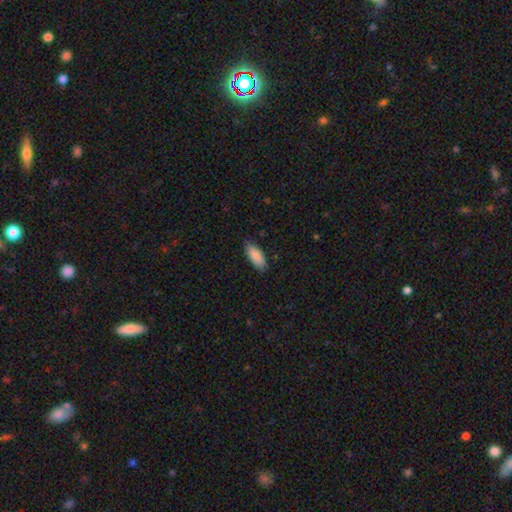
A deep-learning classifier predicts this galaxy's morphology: smooth-or-featured: smooth: 90% | star or artifact: 6% | featured or disk: 4%
  how-rounded: in between: 85% | cigar-shaped: 14% | round: 2%
  merging: none: 84% | minor disturbance: 13% | major disturbance: 2% | merger: 1%